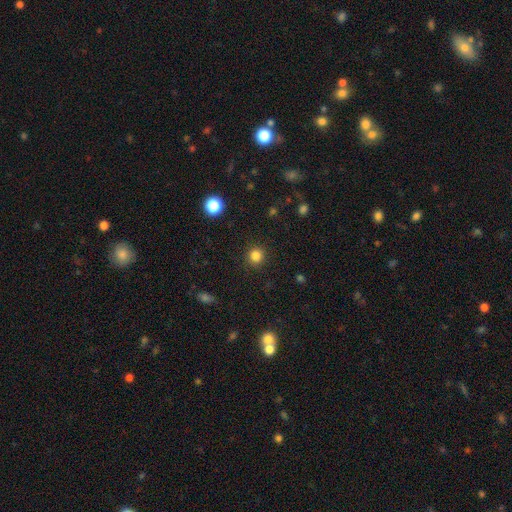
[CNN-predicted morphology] This appears to be a smooth galaxy with no disk features (84%) that is round (93%). Merging: none (90%).